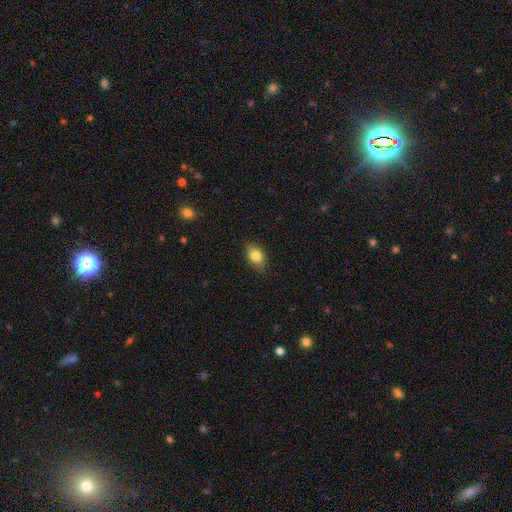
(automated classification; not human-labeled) A smooth galaxy with no disk features (81%) that is in between round and cigar-shaped (81%).

Vote fractions:
- Smooth or featured? smooth: 81% / featured or disk: 11% / star or artifact: 8%
- How rounded? in between: 81% / round: 16% / cigar-shaped: 3%
- Merging? none: 81% / minor disturbance: 15% / major disturbance: 3% / merger: 1%